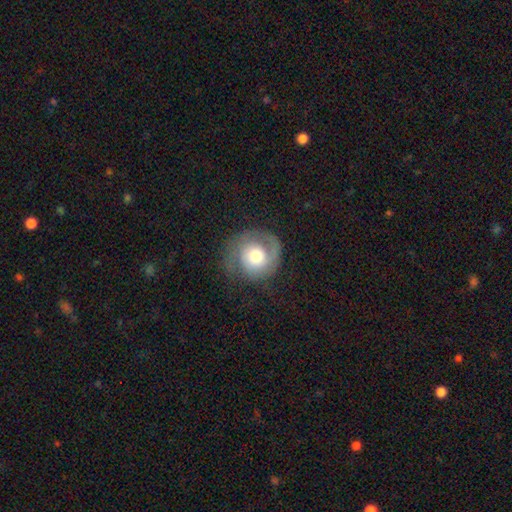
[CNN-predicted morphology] This is likely a featured or disk galaxy (61%). It is clearly not viewed edge-on (97%). Bar: likely no (78%). Spiral arm pattern: clearly yes (85%). Spiral arm count: marginally 1 (44%). Spiral winding: possibly tight (48%). Central bulge: likely moderate (62%). Merging: likely none (63%).